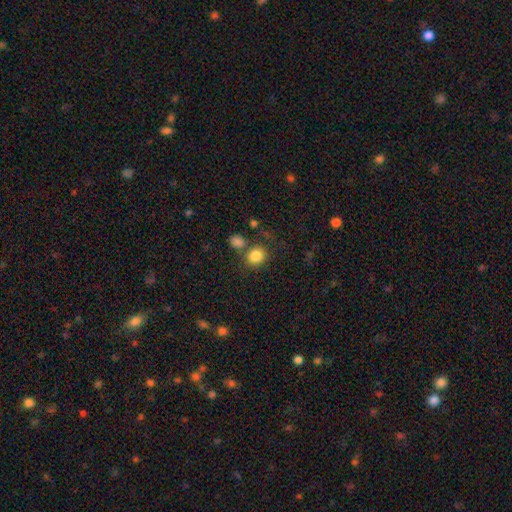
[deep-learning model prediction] Smooth or featured? Predicted: smooth (p=0.84). How rounded? Predicted: round (p=0.80). Merging? Predicted: none (p=0.68).